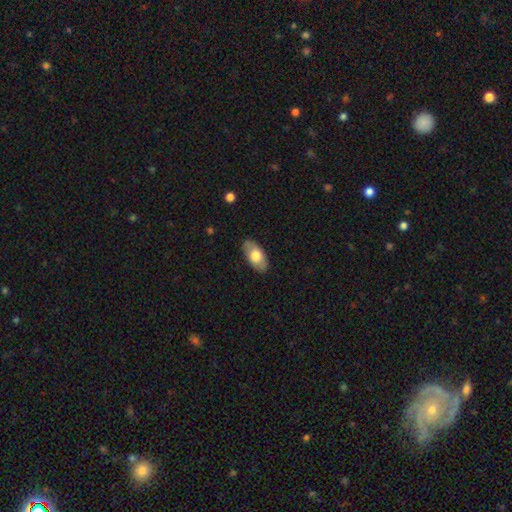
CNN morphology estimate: smooth 72%, featured or disk 22%, star or artifact 6%. Down the decision tree: how rounded — in between (93%); merging — none (85%).